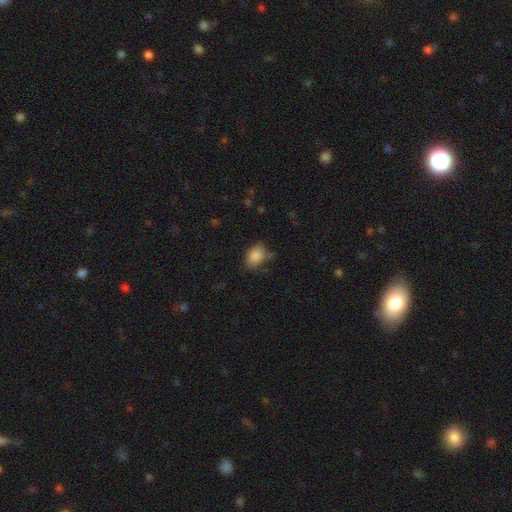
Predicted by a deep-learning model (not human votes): A smooth galaxy with no disk features (86%) that is in between round and cigar-shaped (79%).

Vote fractions:
- Smooth or featured? smooth: 86% / star or artifact: 8% / featured or disk: 5%
- How rounded? in between: 79% / round: 20% / cigar-shaped: 1%
- Merging? none: 63% / minor disturbance: 26% / major disturbance: 7% / merger: 4%